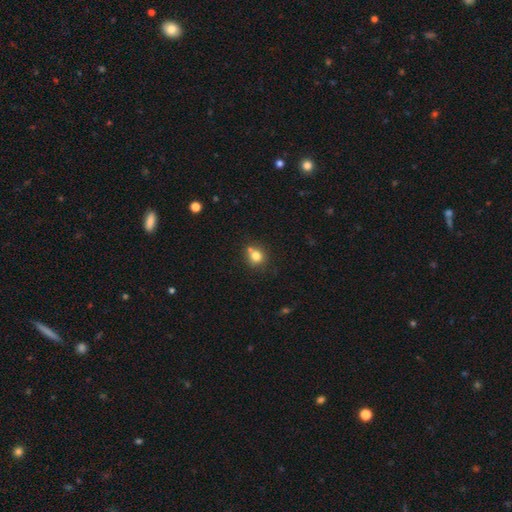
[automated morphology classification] smooth 79%, star or artifact 12%, featured or disk 10%. Down the decision tree: how rounded — round (80%); merging — none (60%).